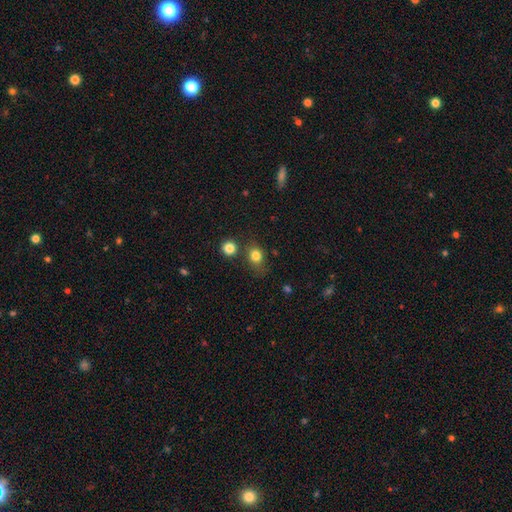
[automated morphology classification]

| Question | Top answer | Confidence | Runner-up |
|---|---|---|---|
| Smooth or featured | smooth | 80% | star or artifact (12%) |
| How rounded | round | 58% | in between (40%) |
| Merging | none | 63% | minor disturbance (18%) |